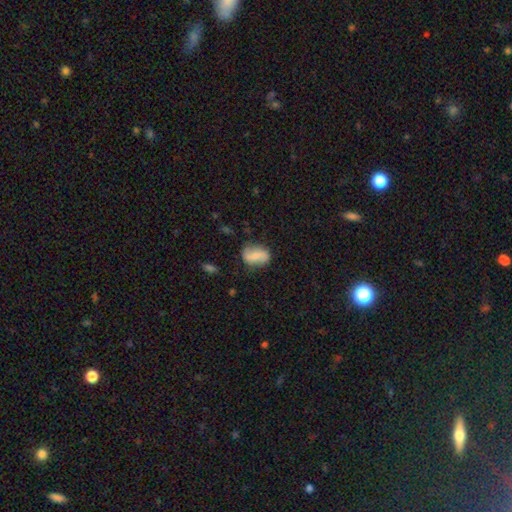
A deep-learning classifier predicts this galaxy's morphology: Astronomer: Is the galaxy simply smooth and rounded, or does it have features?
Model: featured or disk — 49% (runner-up: smooth, 44%).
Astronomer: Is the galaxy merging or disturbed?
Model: none — 73%.